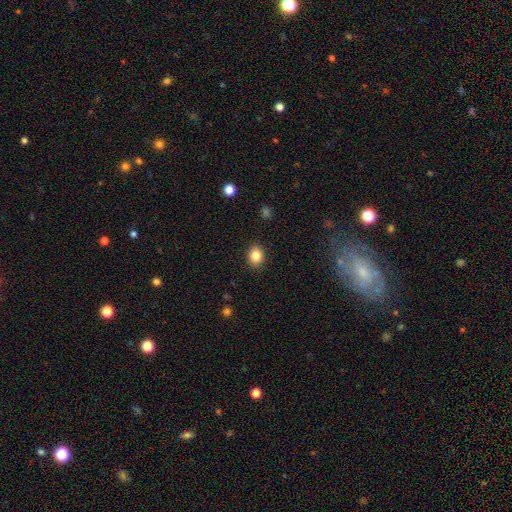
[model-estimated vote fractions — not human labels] Q: Smooth or featured?
A: smooth (85%); runner-up: star or artifact (10%)
Q: How rounded?
A: round (51%); runner-up: in between (48%)
Q: Merging?
A: none (90%); runner-up: minor disturbance (7%)